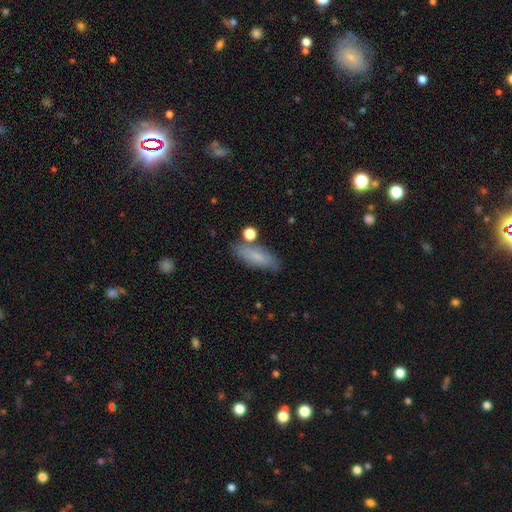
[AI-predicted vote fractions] Smooth or featured? smooth (76%)
How rounded? in between (58%)
Merging? none (76%)